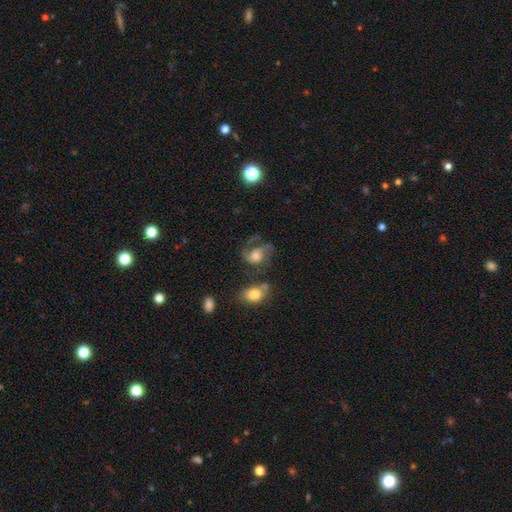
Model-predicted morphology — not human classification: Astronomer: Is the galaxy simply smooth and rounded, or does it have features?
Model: featured or disk — 71%.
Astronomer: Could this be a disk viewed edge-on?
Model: no — 98%.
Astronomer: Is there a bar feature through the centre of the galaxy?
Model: no — 64%.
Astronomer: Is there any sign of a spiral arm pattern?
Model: yes — 91%.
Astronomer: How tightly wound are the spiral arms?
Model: medium — 50% (runner-up: loose, 32%).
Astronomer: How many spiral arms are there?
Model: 2 — 61%.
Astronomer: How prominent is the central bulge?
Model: moderate — 50%.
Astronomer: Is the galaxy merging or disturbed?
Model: none — 43% (runner-up: major disturbance, 27%).